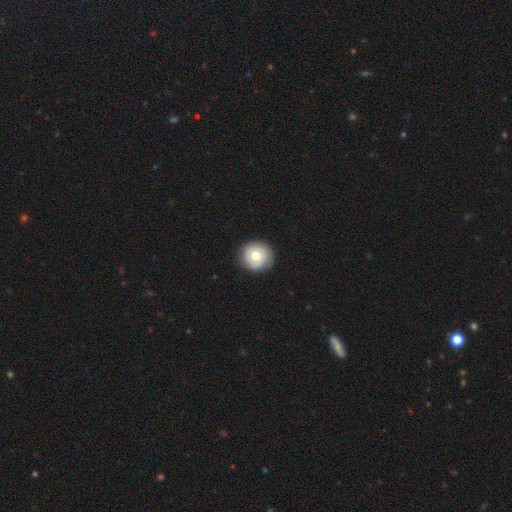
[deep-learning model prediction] Smooth or featured?
  - smooth: 64% *
  - featured or disk: 28%
  - star or artifact: 8%
How rounded?
  - round: 95% *
  - in between: 4%
  - cigar-shaped: 1%
Merging?
  - none: 87% *
  - minor disturbance: 9%
  - major disturbance: 3%
  - merger: 1%